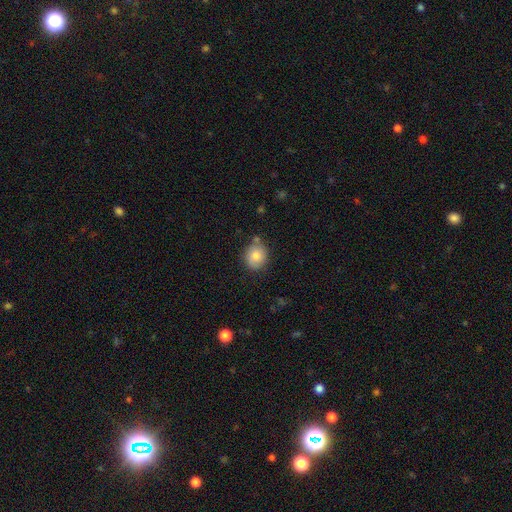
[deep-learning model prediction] Smooth or featured: smooth — 83% (featured or disk — 9%)
How rounded: round — 72% (in between — 27%)
Merging: none — 75% (minor disturbance — 16%)